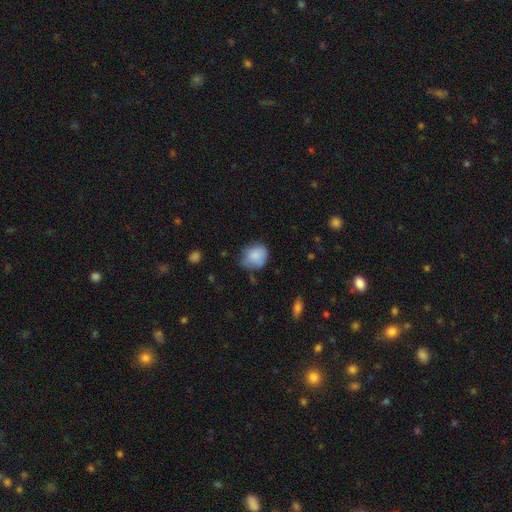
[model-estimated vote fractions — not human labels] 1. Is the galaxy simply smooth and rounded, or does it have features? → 83% smooth, 10% featured or disk, 8% star or artifact.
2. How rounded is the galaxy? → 63% round, 36% in between, 1% cigar-shaped.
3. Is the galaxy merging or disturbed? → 58% none, 31% minor disturbance, 8% major disturbance, 2% merger.